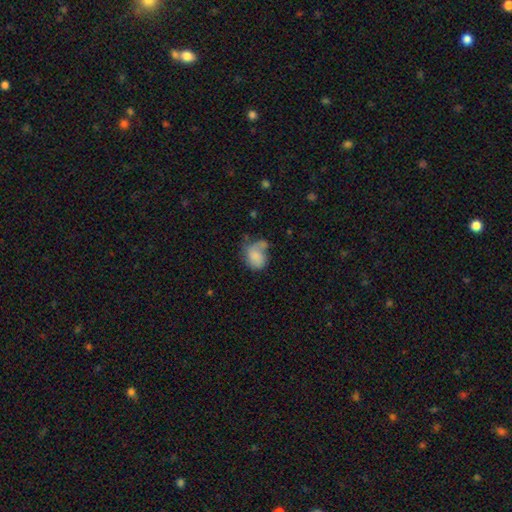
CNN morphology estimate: smooth_or_featured: smooth (p=0.68) [alt: featured or disk p=0.23]
how_rounded: in between (p=0.59) [alt: round p=0.40]
merging: none (p=0.32) [alt: minor disturbance p=0.27]